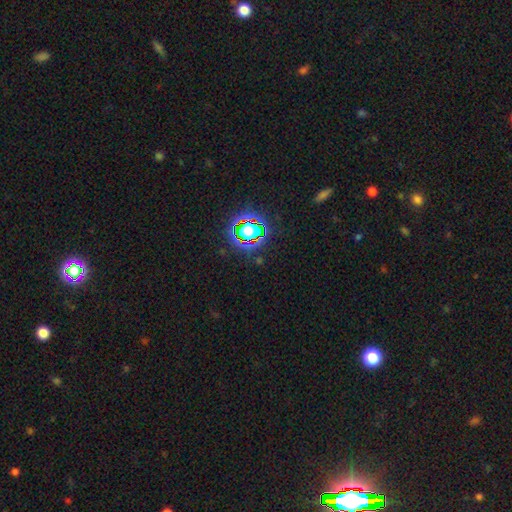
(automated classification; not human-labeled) This appears to be a star or artifact, not a galaxy (78%).